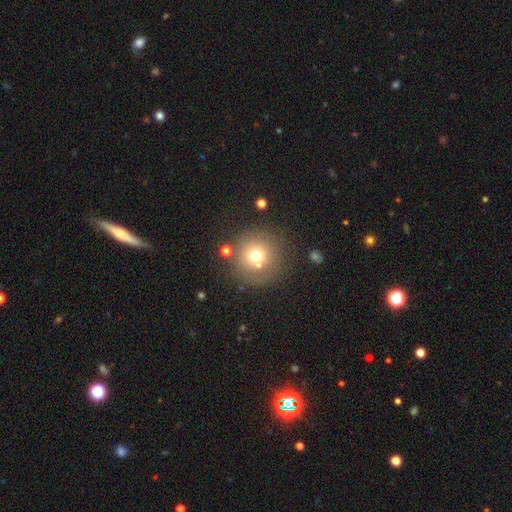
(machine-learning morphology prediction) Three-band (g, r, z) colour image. It shows a smooth galaxy with no disk features (69%) that is round (95%). Merging: none (77%).